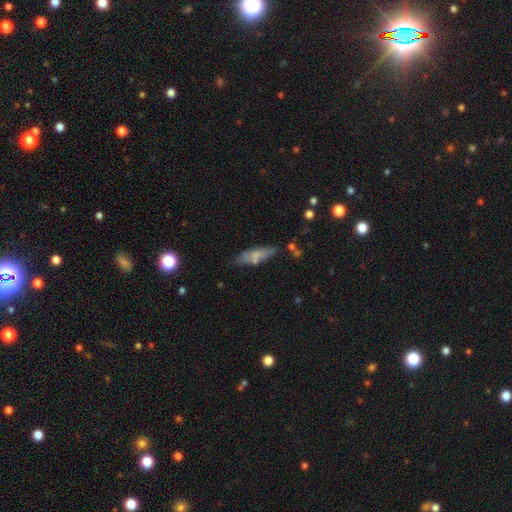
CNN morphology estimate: This appears to be a smooth galaxy with no disk features (64%) that is cigar-shaped (59%). Merging: none (66%).